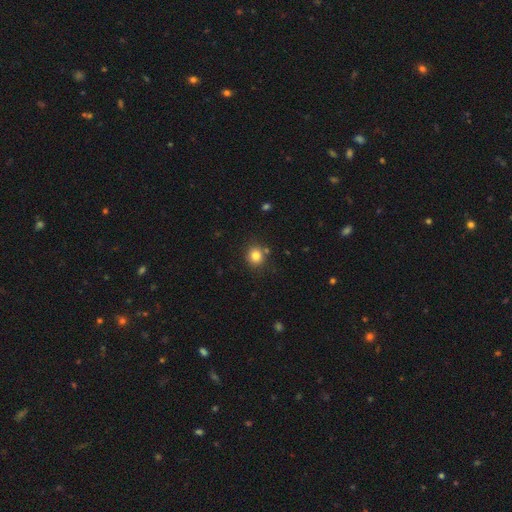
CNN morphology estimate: The model was most divided on "smooth or featured": smooth: 81%, star or artifact: 12%, featured or disk: 6%. More confident: how rounded — round (85%); merging — none (81%).